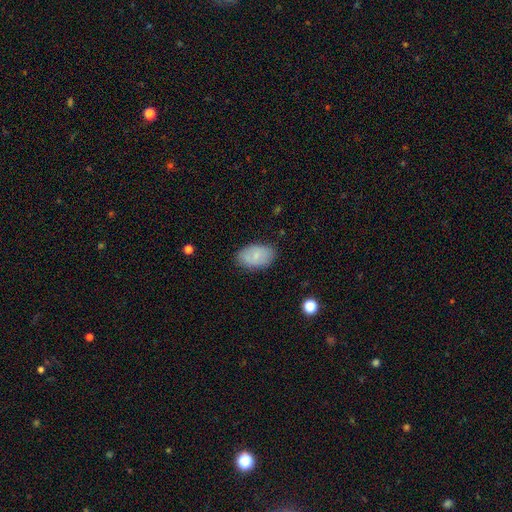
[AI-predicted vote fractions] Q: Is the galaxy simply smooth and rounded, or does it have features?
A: smooth — 72%.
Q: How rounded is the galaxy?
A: in between — 90%.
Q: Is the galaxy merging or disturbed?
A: none — 82%.